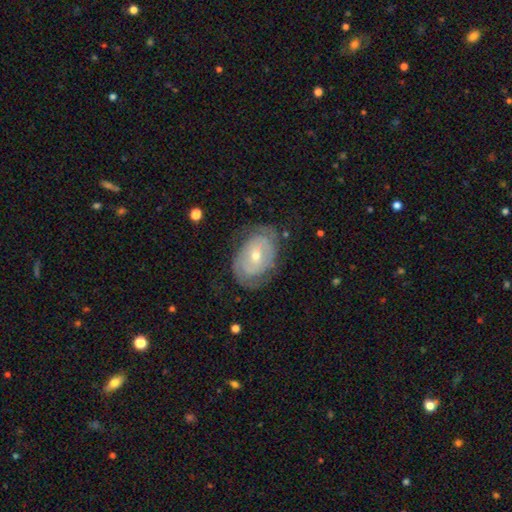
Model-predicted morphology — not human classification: This is likely a featured or disk galaxy (76%). It is clearly not viewed edge-on (96%). Bar: possibly no (59%). Spiral arm pattern: clearly yes (81%). Spiral arm count: possibly 2 (52%). Spiral winding: likely tight (66%). Central bulge: possibly small (49%). Merging: likely none (70%).